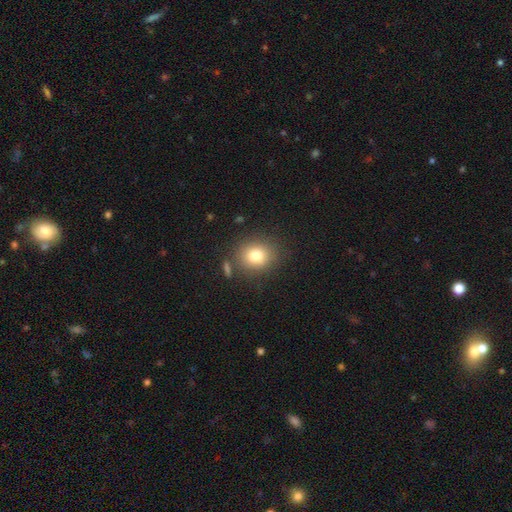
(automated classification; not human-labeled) Morphology: type=smooth (79%); roundness=round (76%); merging=none (80%).